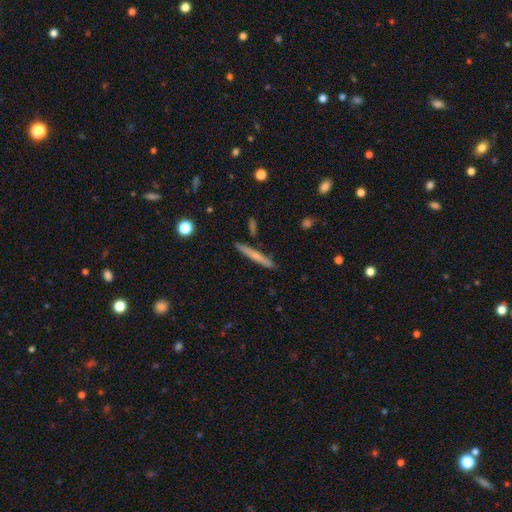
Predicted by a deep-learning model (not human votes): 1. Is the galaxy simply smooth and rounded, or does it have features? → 56% smooth, 38% featured or disk, 6% star or artifact.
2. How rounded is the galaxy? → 95% cigar-shaped, 3% in between, 2% round.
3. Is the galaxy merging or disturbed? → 88% none, 8% minor disturbance, 2% merger, 2% major disturbance.